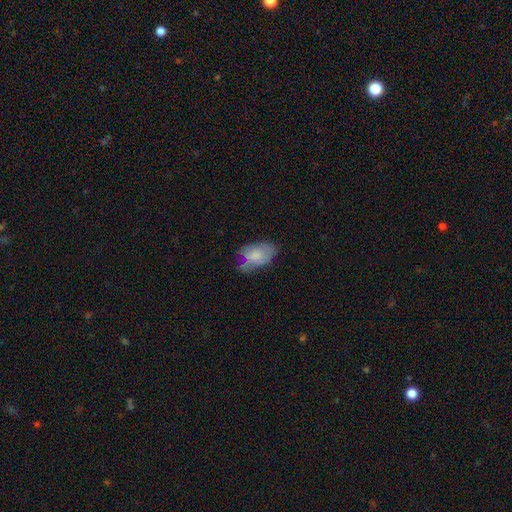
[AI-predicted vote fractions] The model was most divided on "merging": none: 44%, minor disturbance: 35%, major disturbance: 16%, merger: 4%. More confident: how rounded — in between (92%); smooth or featured — smooth (67%).